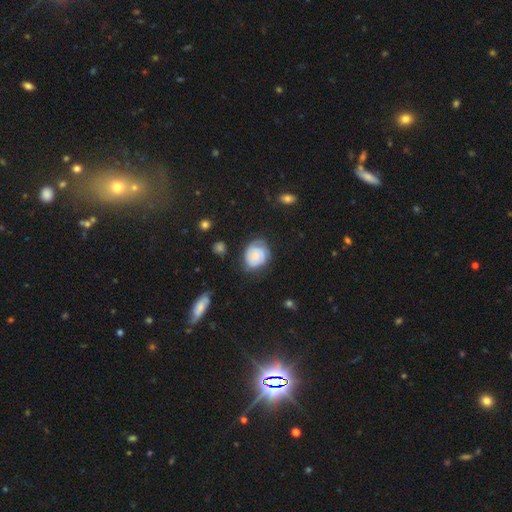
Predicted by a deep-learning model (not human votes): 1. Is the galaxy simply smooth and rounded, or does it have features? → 56% featured or disk, 37% smooth, 7% star or artifact.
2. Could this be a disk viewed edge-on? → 97% no, 3% yes.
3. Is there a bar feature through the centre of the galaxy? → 76% no, 20% weak, 4% strong.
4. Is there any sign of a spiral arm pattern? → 82% yes, 18% no.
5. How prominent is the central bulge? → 53% small, 38% moderate, 4% none, 3% large, 1% dominant.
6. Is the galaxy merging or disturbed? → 59% none, 27% minor disturbance, 11% major disturbance, 2% merger.